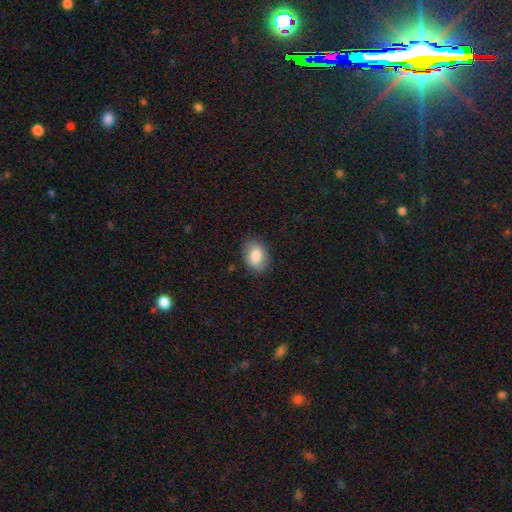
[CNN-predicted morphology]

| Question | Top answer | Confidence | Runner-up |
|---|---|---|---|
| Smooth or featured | smooth | 83% | featured or disk (10%) |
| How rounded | in between | 77% | round (21%) |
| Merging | none | 82% | minor disturbance (13%) |